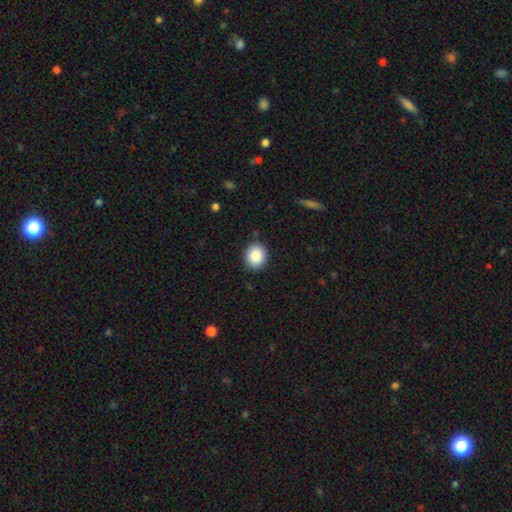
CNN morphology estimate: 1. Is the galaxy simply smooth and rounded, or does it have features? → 87% smooth, 8% star or artifact, 5% featured or disk.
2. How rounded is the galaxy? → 70% round, 29% in between, 1% cigar-shaped.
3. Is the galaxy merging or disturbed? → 87% none, 9% minor disturbance, 2% major disturbance, 1% merger.